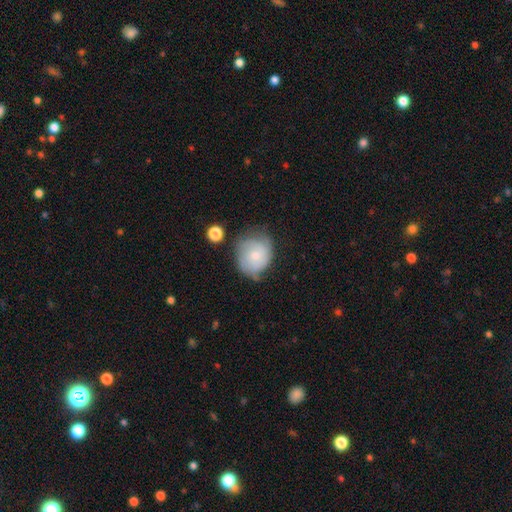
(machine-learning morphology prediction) Smooth or featured? Predicted: smooth (p=0.57). How rounded? Predicted: round (p=0.80). Merging? Predicted: none (p=0.52).